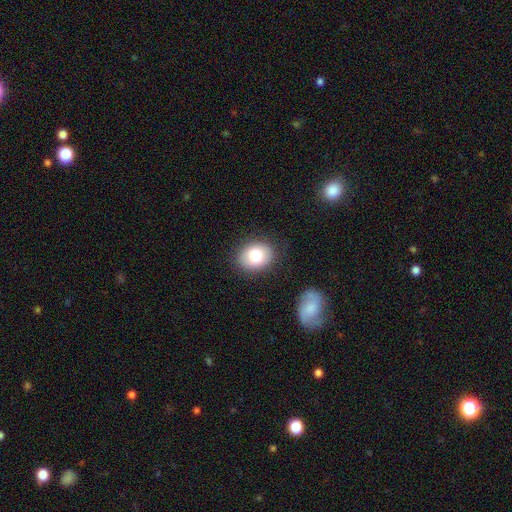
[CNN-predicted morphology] Q: Smooth or featured?
A: smooth (78%); runner-up: featured or disk (13%)
Q: How rounded?
A: round (50%); tied with: in between (50%)
Q: Merging?
A: none (85%); runner-up: minor disturbance (10%)